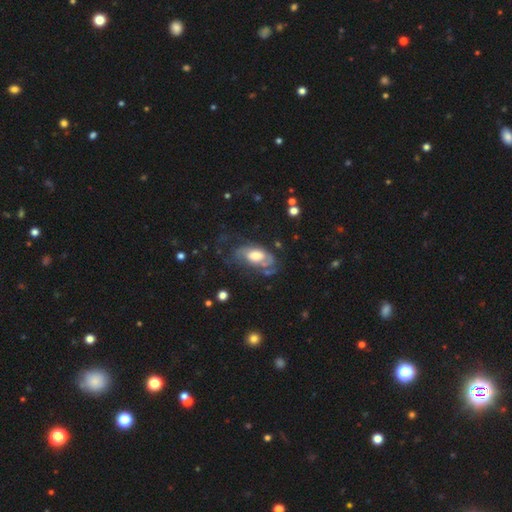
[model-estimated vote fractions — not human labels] smooth-or-featured: featured or disk: 69% | smooth: 24% | star or artifact: 7%
  disk-edge-on: no: 93% | yes: 7%
    bar: no: 67% | weak: 27% | strong: 7%
    has-spiral-arms: yes: 81% | no: 19%
      spiral-winding: tight: 45% | medium: 37% | loose: 19%
      spiral-arm-count: can't tell: 40% | 2: 31% | 1: 13% | 3: 8% | 4: 4% | more than 4: 3%
    bulge-size: large: 45% | moderate: 41% | small: 7% | dominant: 4% | none: 3%
  merging: none: 44% | major disturbance: 29% | minor disturbance: 24% | merger: 3%